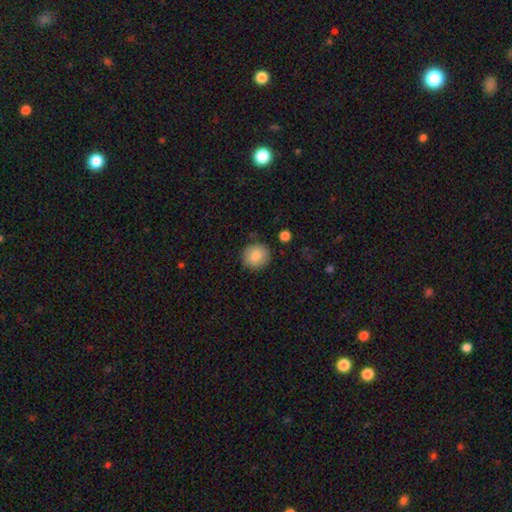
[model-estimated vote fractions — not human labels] The model was most divided on "smooth or featured": smooth: 83%, featured or disk: 9%, star or artifact: 8%. More confident: how rounded — round (88%); merging — none (86%).